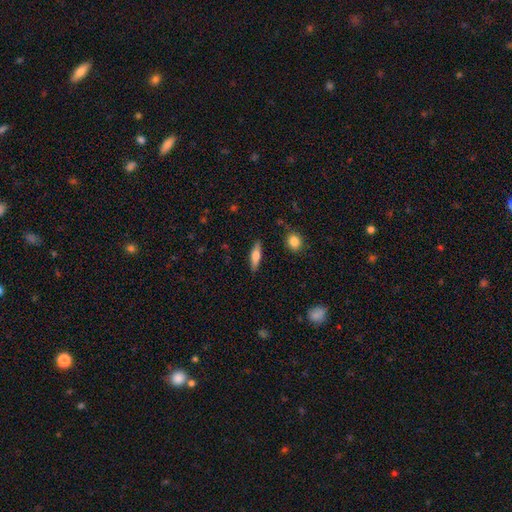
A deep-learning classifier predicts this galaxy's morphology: A smooth galaxy with no disk features (61%) that is cigar-shaped (59%).

Vote fractions:
- Smooth or featured? smooth: 61% / featured or disk: 32% / star or artifact: 6%
- How rounded? cigar-shaped: 59% / in between: 38% / round: 3%
- Merging? none: 86% / minor disturbance: 10% / major disturbance: 2% / merger: 2%